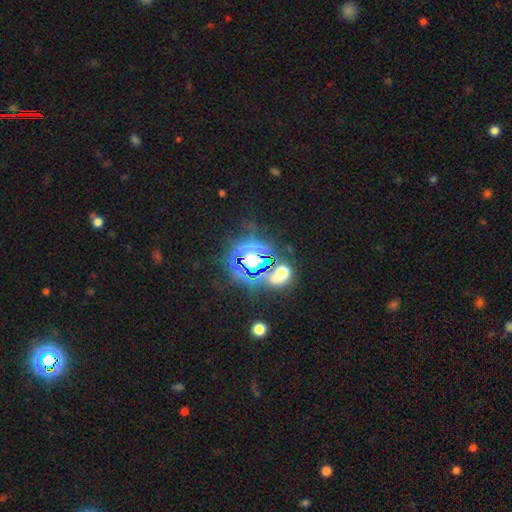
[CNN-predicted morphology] Smooth or featured? star or artifact (75%)